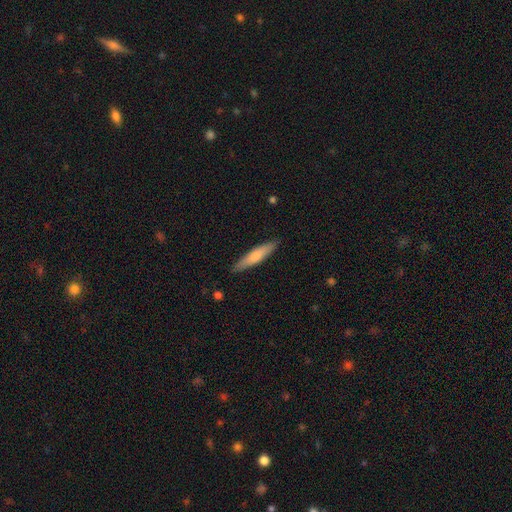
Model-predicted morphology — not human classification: Q: Smooth or featured?
A: smooth (69%); runner-up: featured or disk (26%)
Q: How rounded?
A: cigar-shaped (86%); runner-up: in between (13%)
Q: Merging?
A: none (88%); runner-up: minor disturbance (9%)